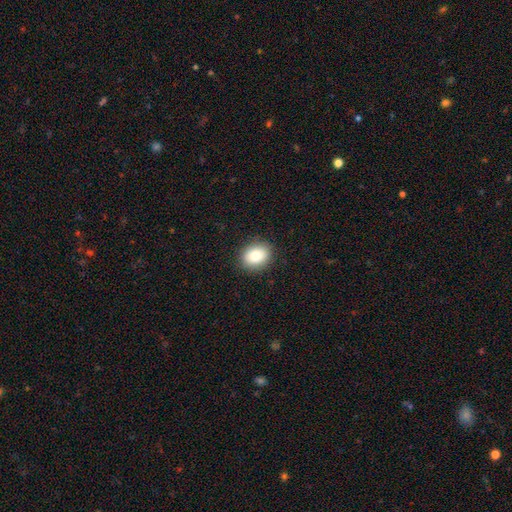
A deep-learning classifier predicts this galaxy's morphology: Smooth or featured?
  - smooth: 81% *
  - featured or disk: 10%
  - star or artifact: 9%
How rounded?
  - round: 50% *
  - in between: 49%
  - cigar-shaped: 1%
Merging?
  - none: 89% *
  - minor disturbance: 8%
  - major disturbance: 2%
  - merger: 1%